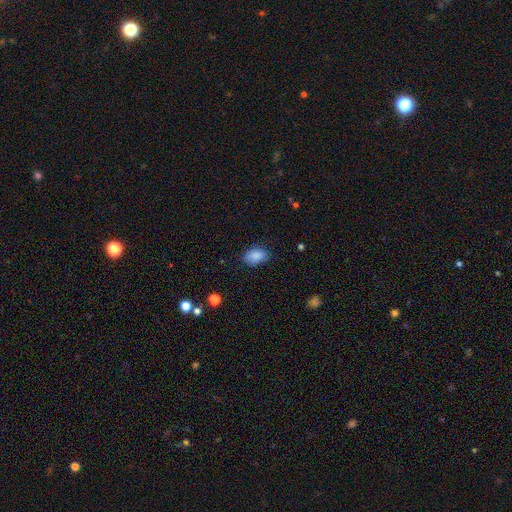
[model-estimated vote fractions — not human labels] Smooth or featured: smooth — 87% (star or artifact — 8%)
How rounded: in between — 85% (round — 14%)
Merging: none — 76% (minor disturbance — 19%)